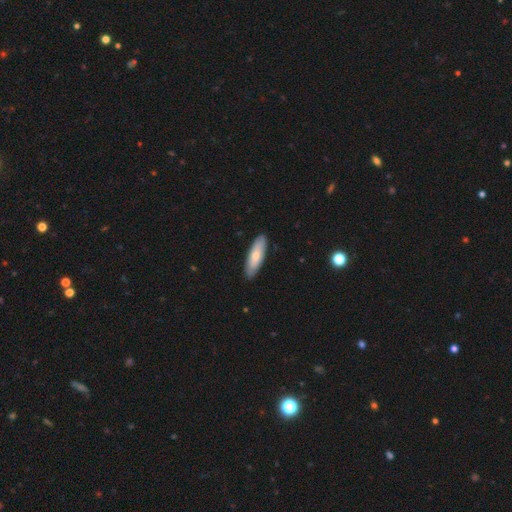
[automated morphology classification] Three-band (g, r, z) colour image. It shows a smooth galaxy with no disk features (71%) that is cigar-shaped (52%). Merging: none (88%).